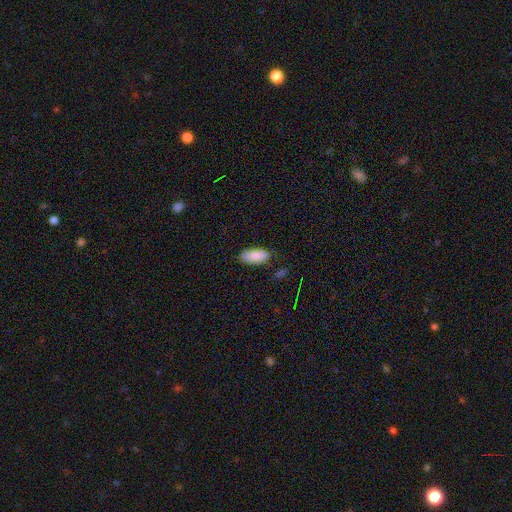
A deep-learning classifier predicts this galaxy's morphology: A smooth galaxy with no disk features (88%) that is in between round and cigar-shaped (89%).

Vote fractions:
- Smooth or featured? smooth: 88% / star or artifact: 6% / featured or disk: 5%
- How rounded? in between: 89% / cigar-shaped: 9% / round: 2%
- Merging? none: 79% / minor disturbance: 16% / major disturbance: 3% / merger: 2%